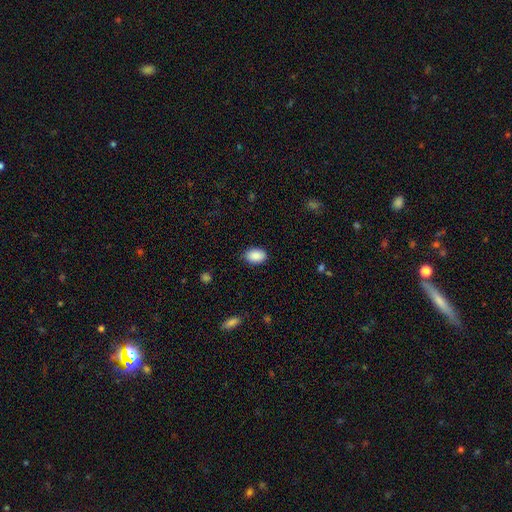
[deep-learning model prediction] This is clearly a smooth galaxy (89%). How rounded: clearly in between (86%). Merging: clearly none (85%).